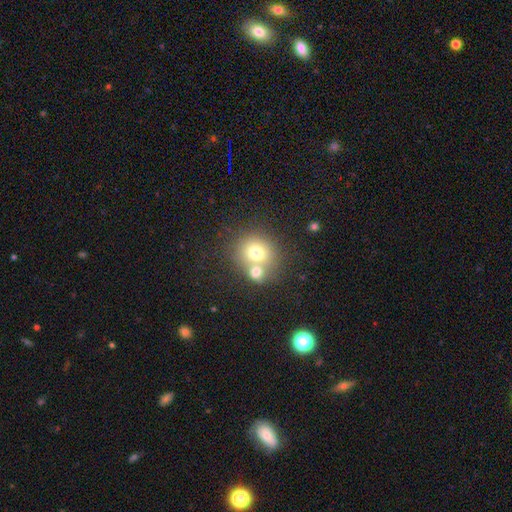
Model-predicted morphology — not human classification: Smooth or featured?
  - smooth: 70% *
  - featured or disk: 15%
  - star or artifact: 15%
How rounded?
  - round: 79% *
  - in between: 20%
  - cigar-shaped: 1%
Merging?
  - none: 47% *
  - merger: 41%
  - minor disturbance: 8%
  - major disturbance: 3%